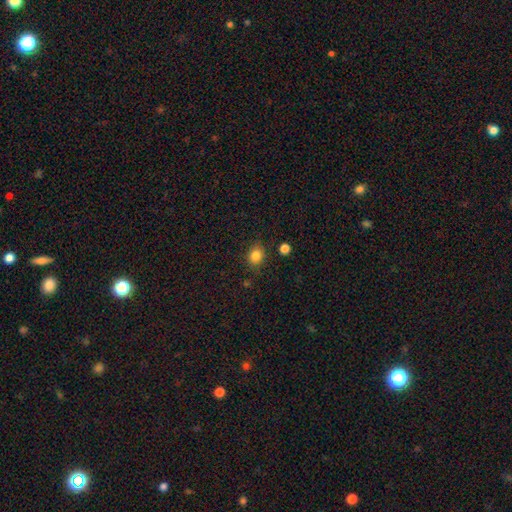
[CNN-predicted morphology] This is clearly a smooth galaxy (83%). How rounded: likely round (63%). Merging: clearly none (83%).